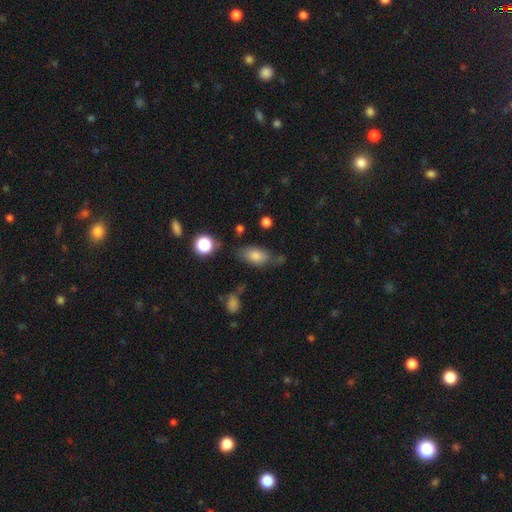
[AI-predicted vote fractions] Morphology: type=smooth (79%); roundness=in between (88%); merging=none (61%).